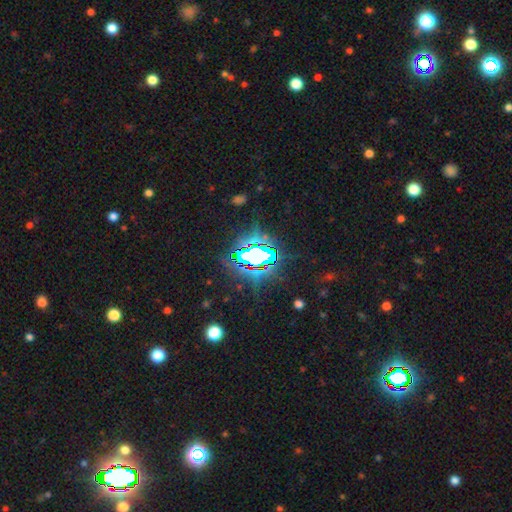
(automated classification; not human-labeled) Morphology: type=star or artifact (74%).